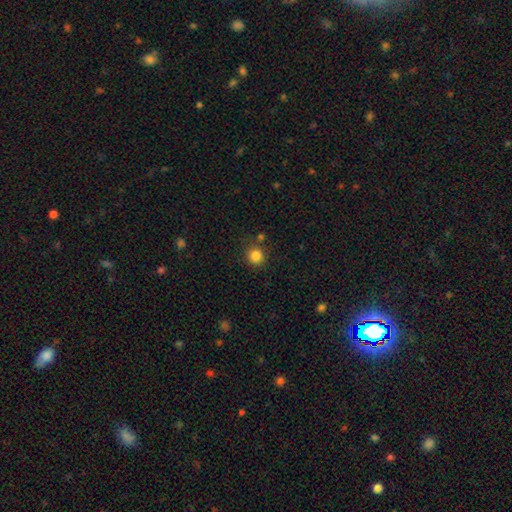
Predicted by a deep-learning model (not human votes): Smooth or featured? Predicted: smooth (p=0.84). How rounded? Predicted: round (p=0.93). Merging? Predicted: none (p=0.84).